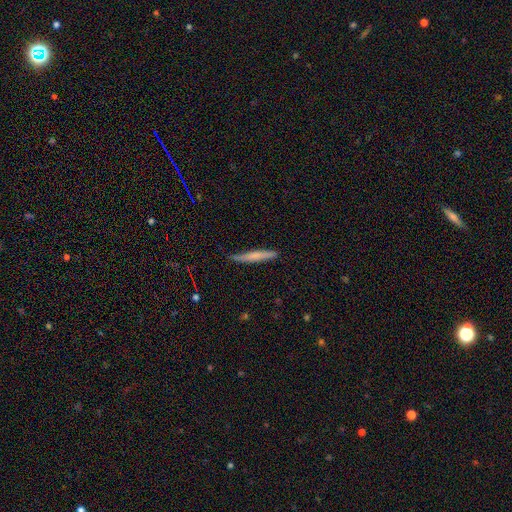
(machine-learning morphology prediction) Smooth or featured? Predicted: smooth (p=0.63). How rounded? Predicted: cigar-shaped (p=0.95). Merging? Predicted: none (p=0.81).